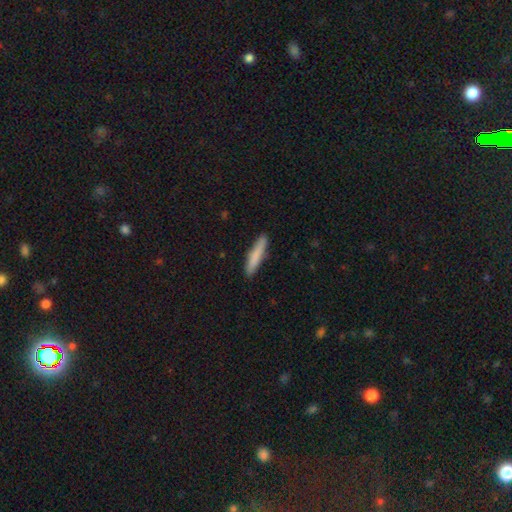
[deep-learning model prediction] Smooth or featured: smooth — 81% (featured or disk — 14%)
How rounded: cigar-shaped — 91% (in between — 8%)
Merging: none — 89% (minor disturbance — 8%)